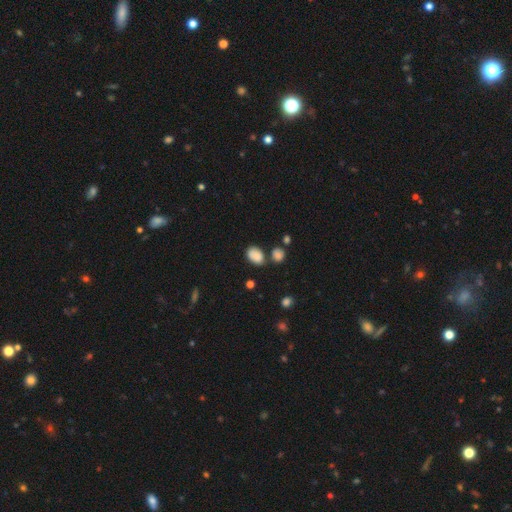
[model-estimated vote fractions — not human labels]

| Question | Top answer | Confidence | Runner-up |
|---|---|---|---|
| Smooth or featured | smooth | 84% | star or artifact (10%) |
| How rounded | in between | 80% | round (19%) |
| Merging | none | 60% | merger (18%) |